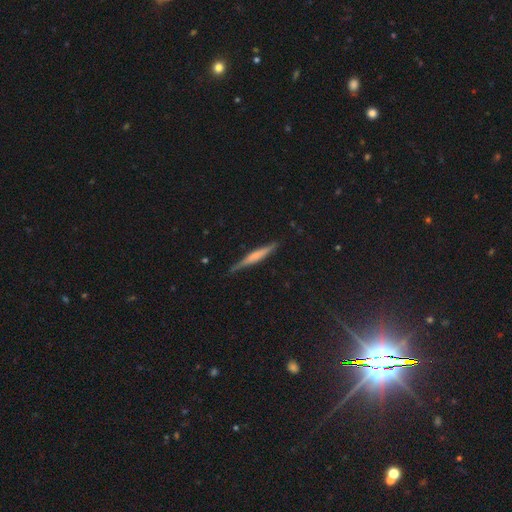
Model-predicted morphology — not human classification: A featured or disk galaxy (54%) viewed edge-on (97%) with no central bulge (37%). Merging: none (84%).